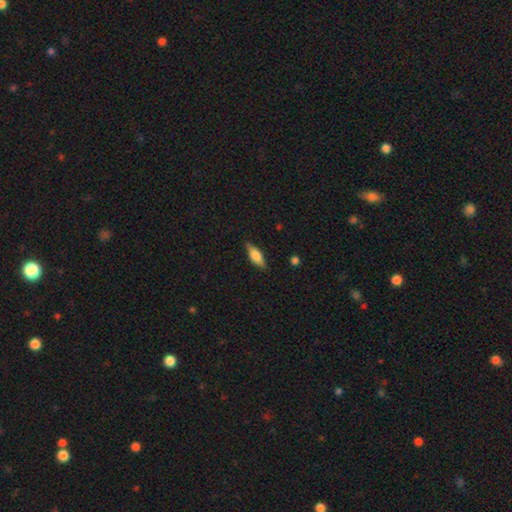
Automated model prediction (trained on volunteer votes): Overall: smooth (64%; featured or disk 29%). How rounded: in between (65%; cigar-shaped 32%). Merging: none (84%).